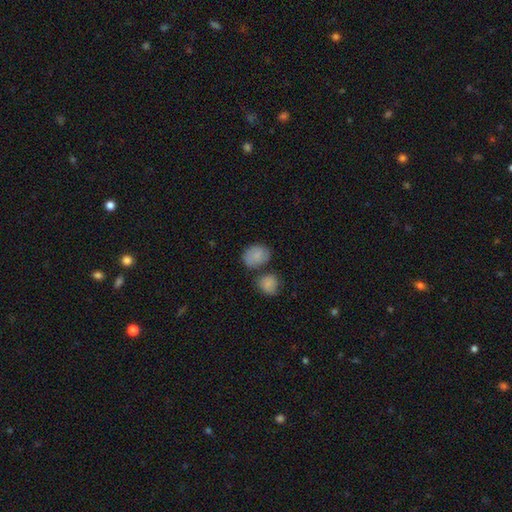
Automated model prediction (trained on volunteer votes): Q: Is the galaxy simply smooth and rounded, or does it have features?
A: smooth — 82%.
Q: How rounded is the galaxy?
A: in between — 59%.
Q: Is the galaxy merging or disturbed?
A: none — 54%.